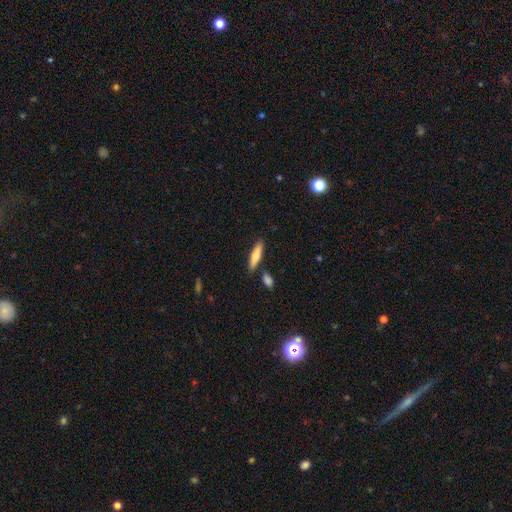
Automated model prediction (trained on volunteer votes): This appears to be a smooth galaxy with no disk features (65%) that is cigar-shaped (73%). Merging: none (81%).